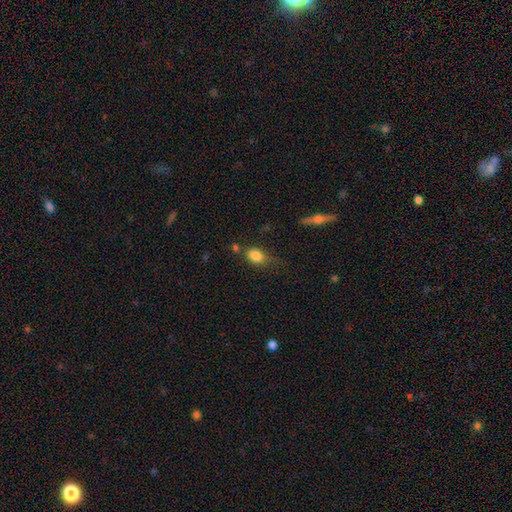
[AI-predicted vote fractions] smooth-or-featured: smooth: 83% | star or artifact: 10% | featured or disk: 7%
  how-rounded: in between: 67% | round: 30% | cigar-shaped: 2%
  merging: none: 56% | minor disturbance: 25% | merger: 9% | major disturbance: 9%